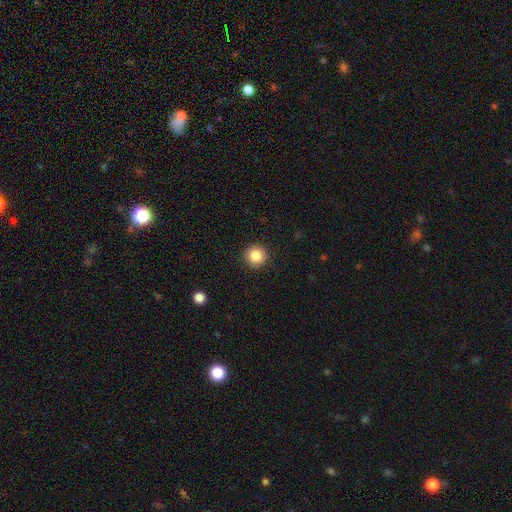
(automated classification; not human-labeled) A smooth galaxy with no disk features (85%) that is round (95%).

Vote fractions:
- Smooth or featured? smooth: 85% / star or artifact: 10% / featured or disk: 5%
- How rounded? round: 95% / in between: 4% / cigar-shaped: 1%
- Merging? none: 92% / minor disturbance: 5% / major disturbance: 2% / merger: 1%